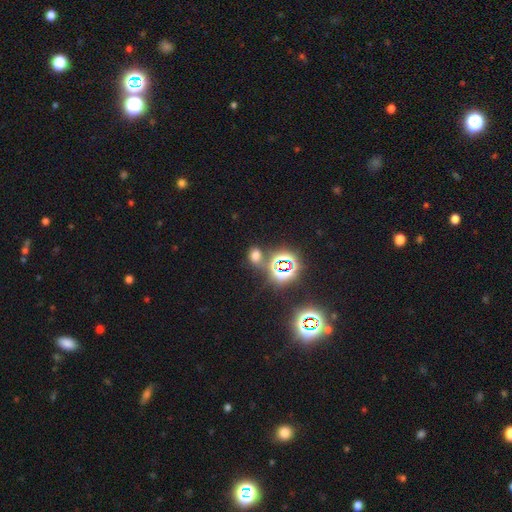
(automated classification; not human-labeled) Smooth or featured: smooth — 50% (star or artifact — 42%)
Merging: none — 65% (merger — 15%)